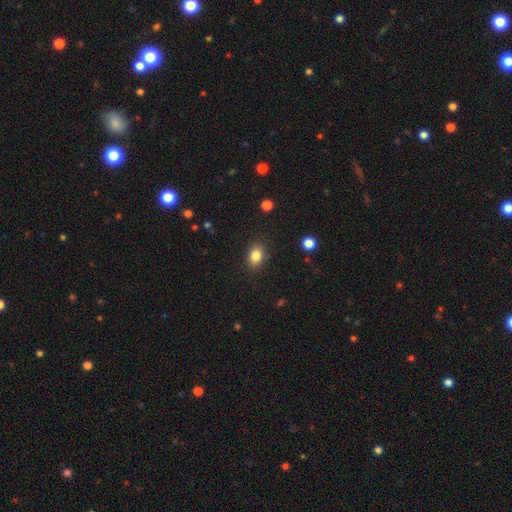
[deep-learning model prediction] Smooth or featured? Predicted: smooth (p=0.84). How rounded? Predicted: in between (p=0.74). Merging? Predicted: none (p=0.87).